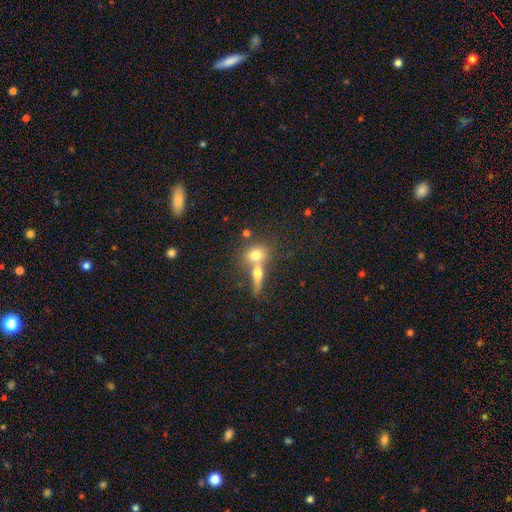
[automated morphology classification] Smooth or featured? smooth (69%)
How rounded? in between (53%)
Merging? merger (55%)